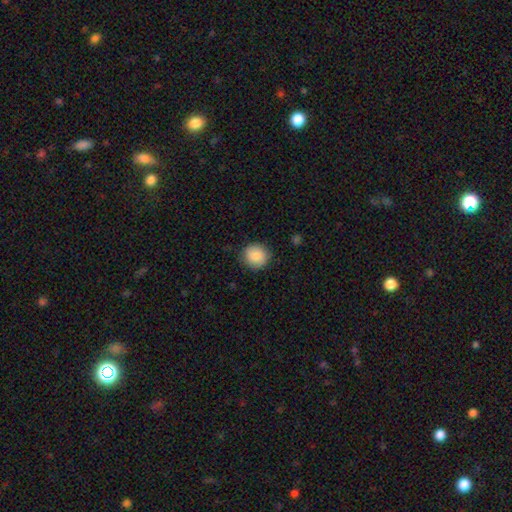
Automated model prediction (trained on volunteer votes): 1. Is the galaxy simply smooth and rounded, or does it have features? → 86% smooth, 8% star or artifact, 6% featured or disk.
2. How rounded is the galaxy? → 92% round, 7% in between, 1% cigar-shaped.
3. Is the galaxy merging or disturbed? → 88% none, 9% minor disturbance, 2% major disturbance, 1% merger.